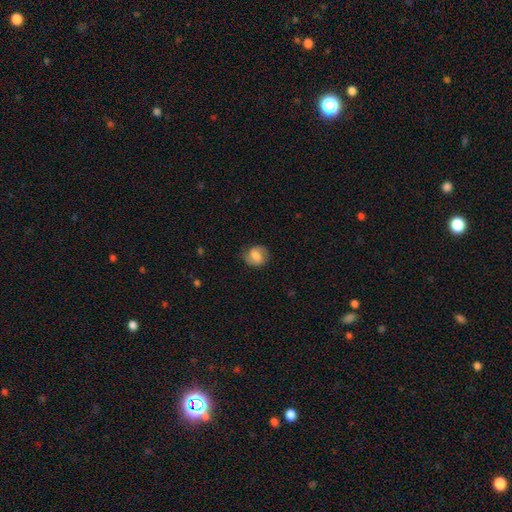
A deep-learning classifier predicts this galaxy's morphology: smooth-or-featured: featured or disk: 46% (tied) | smooth: 46% (tied) | star or artifact: 8%
  merging: none: 77% | minor disturbance: 16% | major disturbance: 6% | merger: 1%